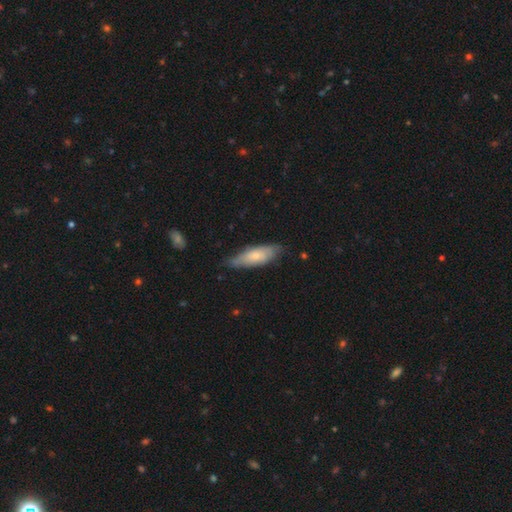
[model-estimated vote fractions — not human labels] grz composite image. It shows a smooth galaxy with no disk features (63%) that is in between round and cigar-shaped (60%). Merging: none (69%).